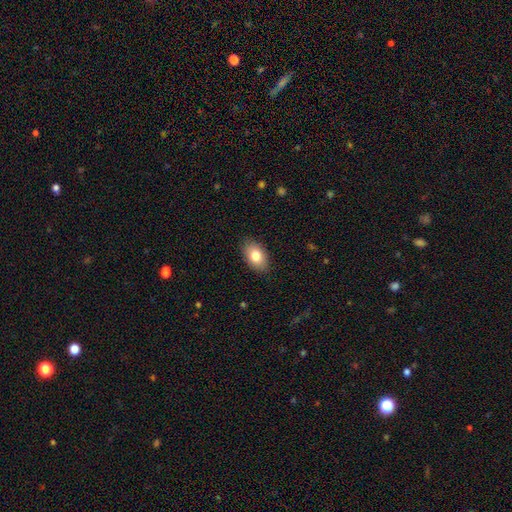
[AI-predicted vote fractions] Smooth or featured: smooth — 81% (featured or disk — 12%)
How rounded: in between — 90% (round — 8%)
Merging: none — 87% (minor disturbance — 10%)